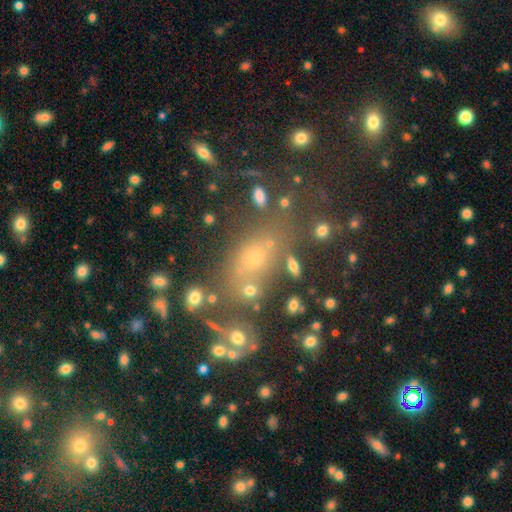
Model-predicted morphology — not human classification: type=smooth (63%); roundness=in between (71%); merging=none (54%).